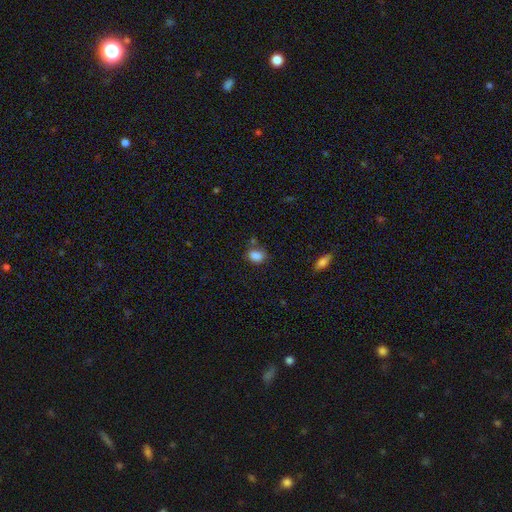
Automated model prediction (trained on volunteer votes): Smooth or featured: smooth — 85% (star or artifact — 10%)
How rounded: in between — 69% (round — 30%)
Merging: none — 65% (minor disturbance — 20%)